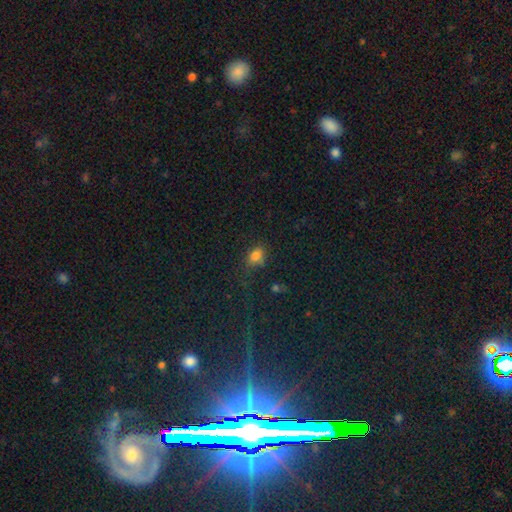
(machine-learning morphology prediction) smooth 79%, star or artifact 15%, featured or disk 6%. Down the decision tree: how rounded — in between (68%); merging — none (65%).